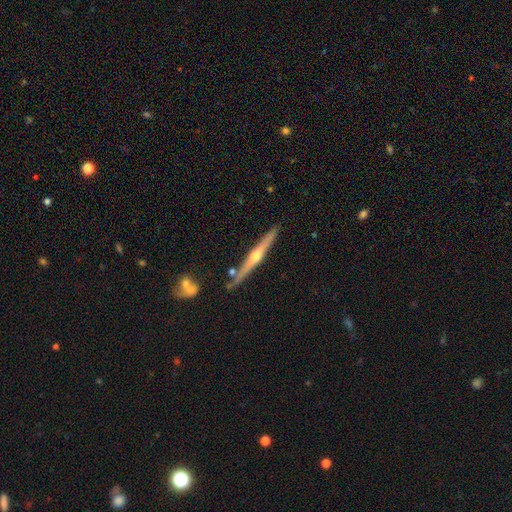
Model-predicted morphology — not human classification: featured or disk 78%, smooth 16%, star or artifact 6%. Down the decision tree: edge-on disk — yes (98%); edge-on bulge — rounded (91%); merging — none (86%).